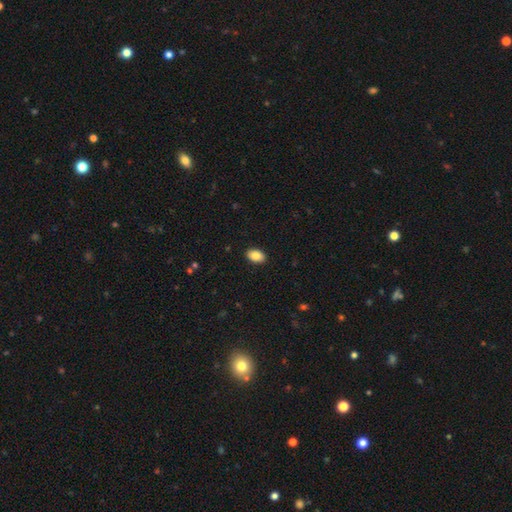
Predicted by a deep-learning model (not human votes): A smooth galaxy with no disk features (86%) that is in between round and cigar-shaped (89%).

Vote fractions:
- Smooth or featured? smooth: 86% / star or artifact: 8% / featured or disk: 6%
- How rounded? in between: 89% / round: 10% / cigar-shaped: 1%
- Merging? none: 90% / minor disturbance: 7% / major disturbance: 2% / merger: 1%